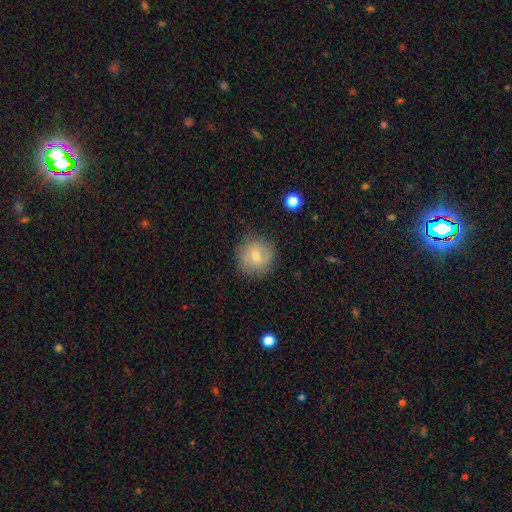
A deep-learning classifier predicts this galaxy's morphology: type=smooth (63%); roundness=round (91%); merging=none (83%).